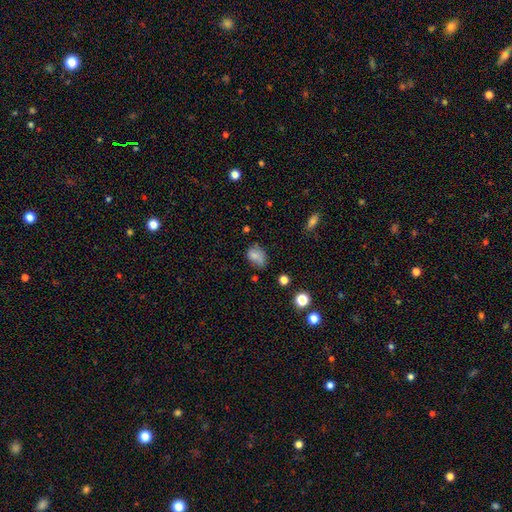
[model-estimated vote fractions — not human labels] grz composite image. It shows a smooth galaxy with no disk features (76%) that is in between round and cigar-shaped (71%). Merging: none (51%).